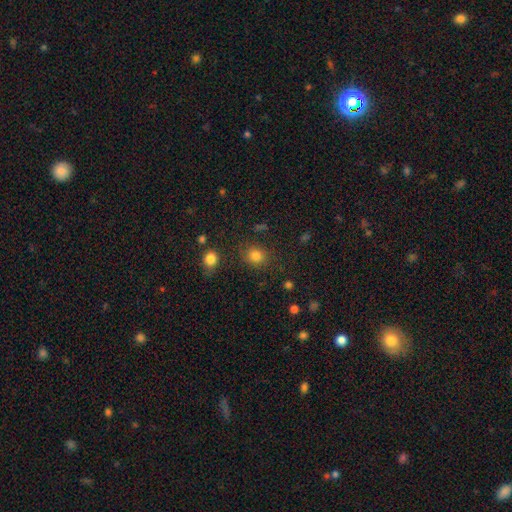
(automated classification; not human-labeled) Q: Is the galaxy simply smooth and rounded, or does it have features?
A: smooth — 82%.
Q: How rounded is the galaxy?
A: round — 73%.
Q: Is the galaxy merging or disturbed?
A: none — 81%.